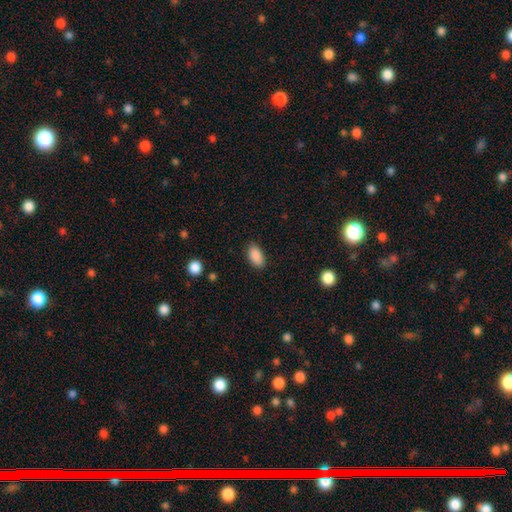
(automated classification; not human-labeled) smooth-or-featured: smooth: 89% | star or artifact: 7% | featured or disk: 3%
  how-rounded: in between: 93% | round: 5% | cigar-shaped: 3%
  merging: none: 84% | minor disturbance: 12% | major disturbance: 3% | merger: 1%